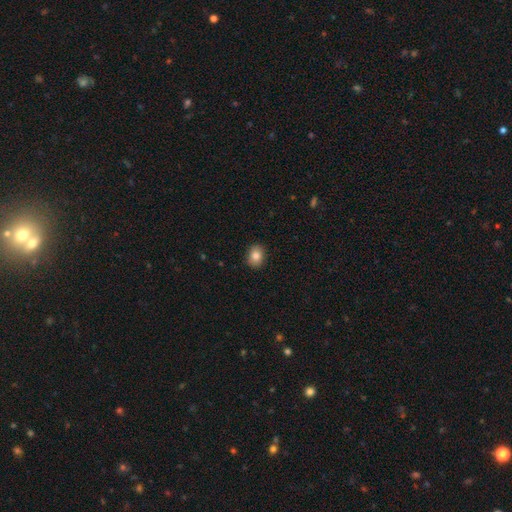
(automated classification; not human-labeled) smooth 84%, star or artifact 9%, featured or disk 7%. Down the decision tree: how rounded — in between (51%); merging — none (89%).